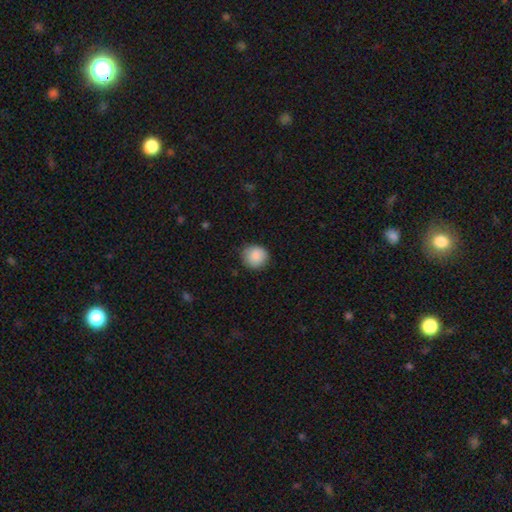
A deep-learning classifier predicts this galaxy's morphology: Smooth or featured?
  - smooth: 87% *
  - star or artifact: 8%
  - featured or disk: 5%
How rounded?
  - round: 90% *
  - in between: 9%
  - cigar-shaped: 1%
Merging?
  - none: 83% *
  - minor disturbance: 13%
  - major disturbance: 3%
  - merger: 1%